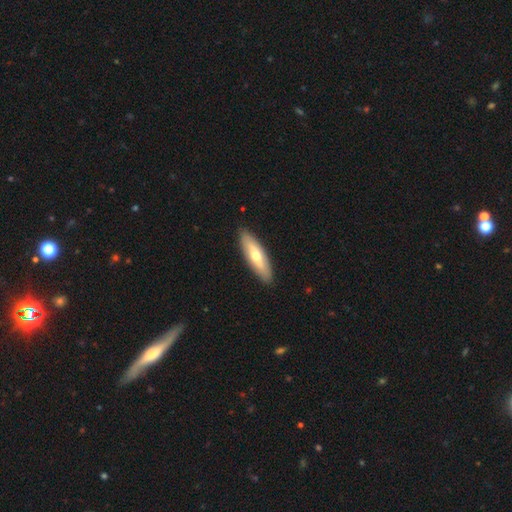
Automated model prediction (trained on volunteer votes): Smooth or featured? smooth (55%)
How rounded? cigar-shaped (54%)
Merging? none (90%)